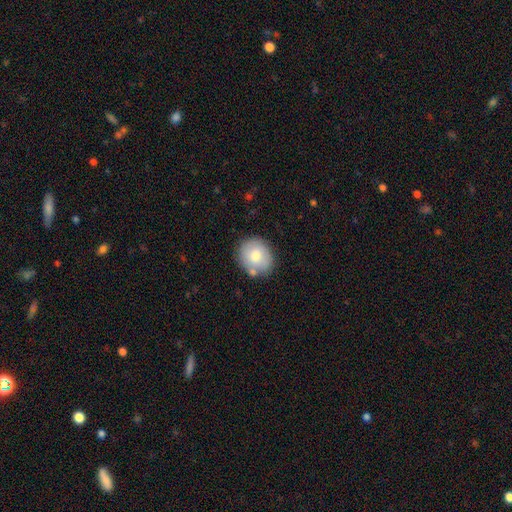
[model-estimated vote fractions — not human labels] Smooth or featured?
  - smooth: 73% *
  - featured or disk: 20%
  - star or artifact: 7%
How rounded?
  - round: 76% *
  - in between: 24%
  - cigar-shaped: 1%
Merging?
  - none: 75% *
  - minor disturbance: 14%
  - merger: 8%
  - major disturbance: 3%